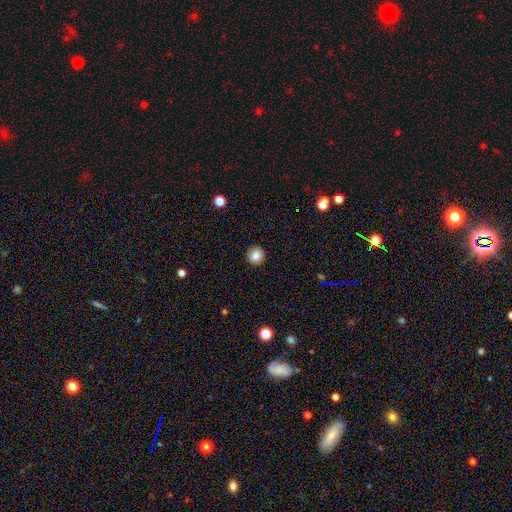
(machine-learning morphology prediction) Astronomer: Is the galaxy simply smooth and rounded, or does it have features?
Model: smooth — 84%.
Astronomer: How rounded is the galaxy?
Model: round — 95%.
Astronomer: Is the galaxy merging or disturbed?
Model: none — 93%.